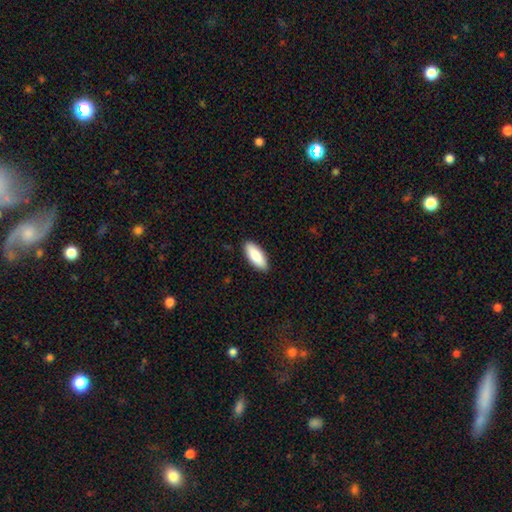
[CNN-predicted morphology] A smooth galaxy with no disk features (87%) that is in between round and cigar-shaped (84%).

Vote fractions:
- Smooth or featured? smooth: 87% / featured or disk: 8% / star or artifact: 5%
- How rounded? in between: 84% / cigar-shaped: 14% / round: 2%
- Merging? none: 89% / minor disturbance: 9% / major disturbance: 2% / merger: 1%